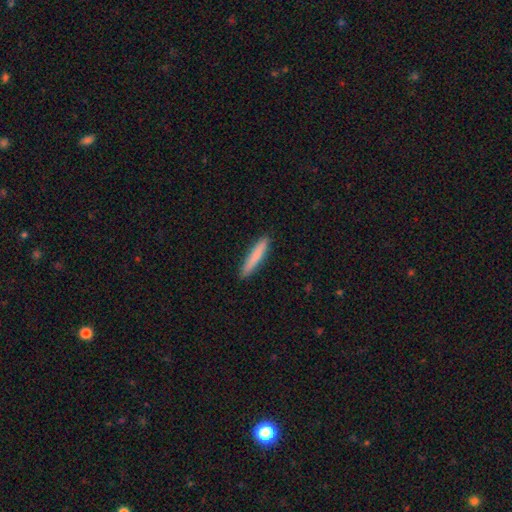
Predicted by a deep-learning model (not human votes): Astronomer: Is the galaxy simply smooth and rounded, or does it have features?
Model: smooth — 81%.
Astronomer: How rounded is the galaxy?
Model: cigar-shaped — 94%.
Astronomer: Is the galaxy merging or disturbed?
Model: none — 91%.